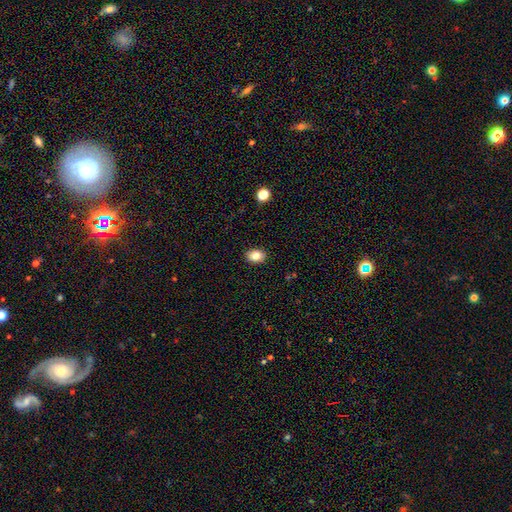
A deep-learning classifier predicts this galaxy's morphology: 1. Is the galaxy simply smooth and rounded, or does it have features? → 82% smooth, 9% star or artifact, 9% featured or disk.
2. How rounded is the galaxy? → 73% in between, 26% round, 1% cigar-shaped.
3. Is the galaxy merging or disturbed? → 89% none, 8% minor disturbance, 2% major disturbance, 1% merger.